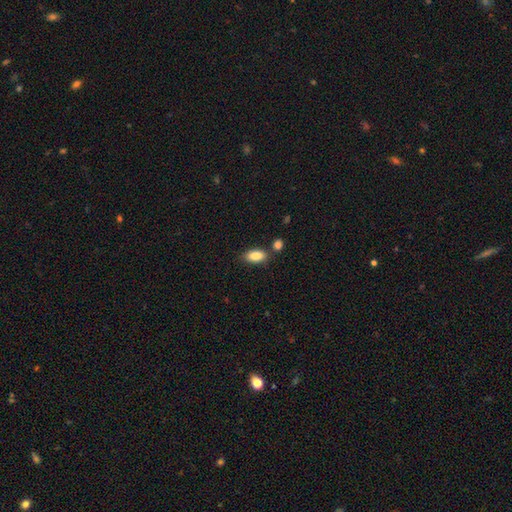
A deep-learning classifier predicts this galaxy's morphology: Smooth or featured: smooth — 86% (star or artifact — 7%)
How rounded: in between — 90% (cigar-shaped — 6%)
Merging: none — 74% (minor disturbance — 12%)